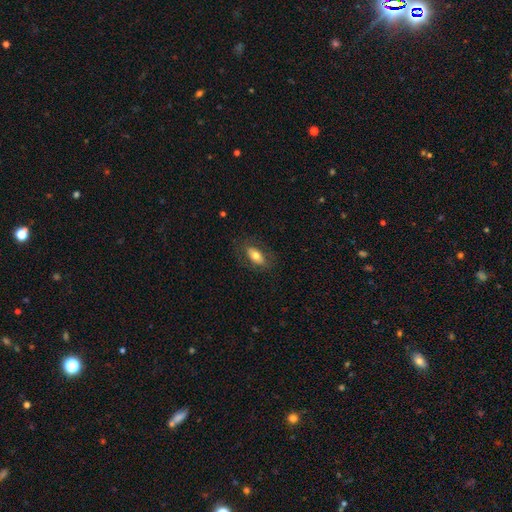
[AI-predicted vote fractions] Smooth or featured? Predicted: smooth (p=0.69). How rounded? Predicted: in between (p=0.87). Merging? Predicted: none (p=0.79).